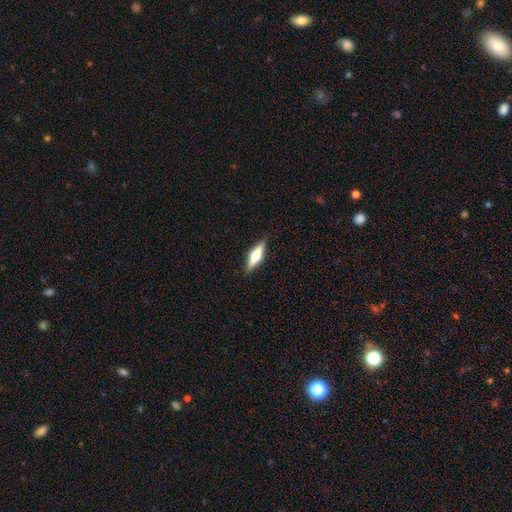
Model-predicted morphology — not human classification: Overall: featured or disk (56%; smooth 38%). Edge-on disk: yes (95%). Edge-on bulge: rounded (92%). Merging: none (88%).